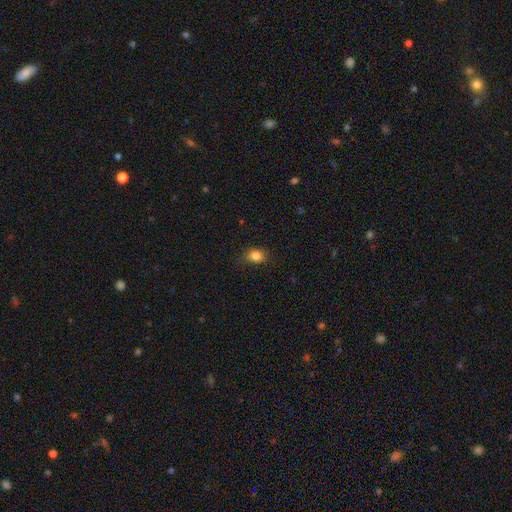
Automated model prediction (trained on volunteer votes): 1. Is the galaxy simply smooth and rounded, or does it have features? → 84% smooth, 11% star or artifact, 6% featured or disk.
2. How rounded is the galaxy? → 60% in between, 39% round, 1% cigar-shaped.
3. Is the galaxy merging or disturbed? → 78% none, 17% minor disturbance, 4% major disturbance, 1% merger.